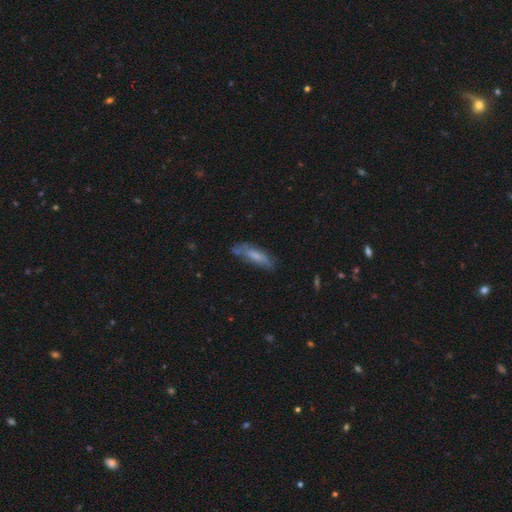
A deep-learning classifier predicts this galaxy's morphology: smooth-or-featured: smooth: 62% | featured or disk: 30% | star or artifact: 8%
  how-rounded: cigar-shaped: 61% | in between: 37% | round: 2%
  merging: none: 57% | minor disturbance: 28% | major disturbance: 10% | merger: 5%